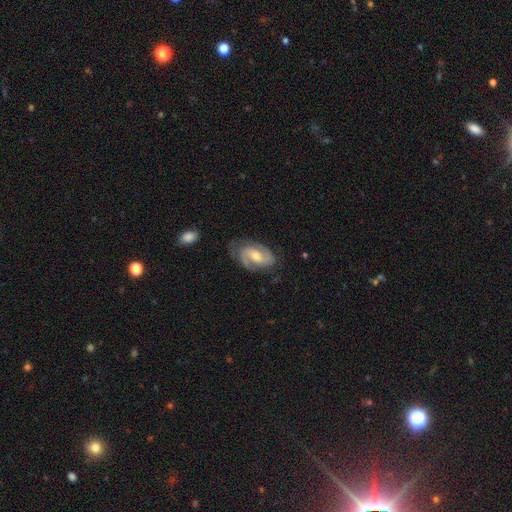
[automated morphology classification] smooth-or-featured: featured or disk: 84% | smooth: 11% | star or artifact: 5%
  disk-edge-on: no: 97% | yes: 3%
    bar: weak: 46% | no: 36% | strong: 18%
    has-spiral-arms: yes: 96% | no: 4%
      spiral-winding: medium: 49% | tight: 35% | loose: 16%
      spiral-arm-count: 2: 87% | can't tell: 6% | 1: 3% | 3: 3% | 4: 1% | more than 4: 1%
    bulge-size: moderate: 61% | small: 32% | large: 4% | none: 2% | dominant: 1%
  merging: none: 71% | minor disturbance: 20% | major disturbance: 8% | merger: 2%